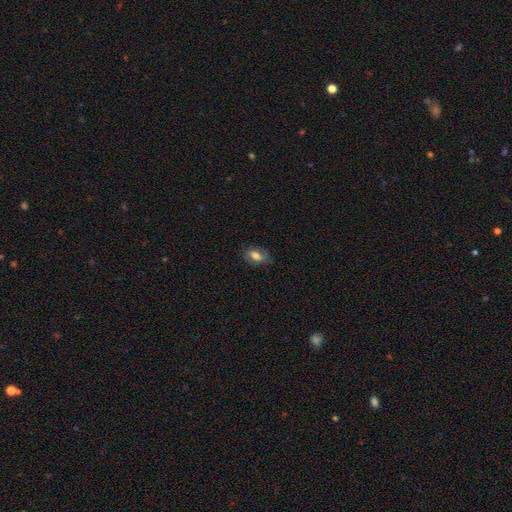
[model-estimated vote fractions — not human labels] This is likely a smooth galaxy (74%). How rounded: clearly in between (86%). Merging: likely none (73%).